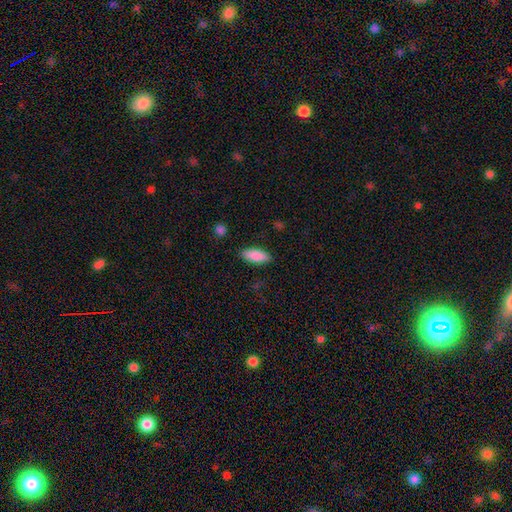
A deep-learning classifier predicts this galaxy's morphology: smooth 87%, featured or disk 6%, star or artifact 6%. Down the decision tree: how rounded — in between (74%); merging — none (87%).